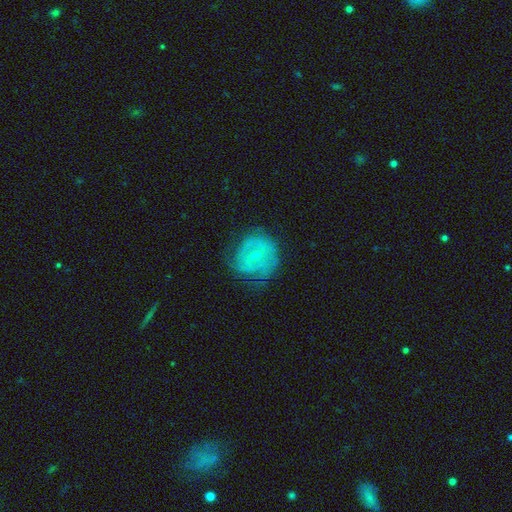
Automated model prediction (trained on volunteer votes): Smooth or featured? Predicted: featured or disk (p=0.62). Edge-on disk? Predicted: no (p=0.97). Bar? Predicted: no (p=0.53). Spiral arms? Predicted: yes (p=0.69). Bulge size? Predicted: small (p=0.65). Merging? Predicted: none (p=0.56).